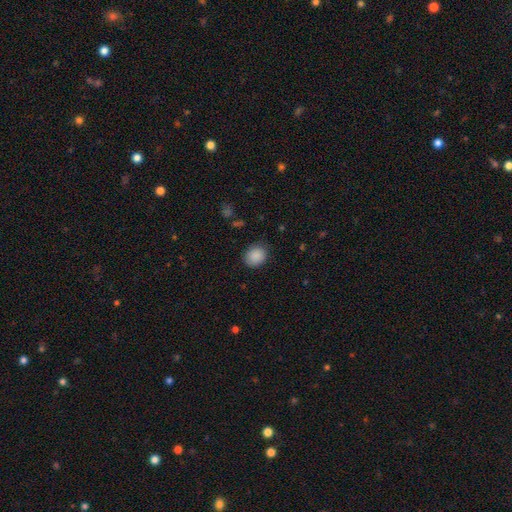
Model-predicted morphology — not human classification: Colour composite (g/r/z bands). It shows a smooth galaxy with no disk features (88%) that is round (66%). Merging: none (83%).